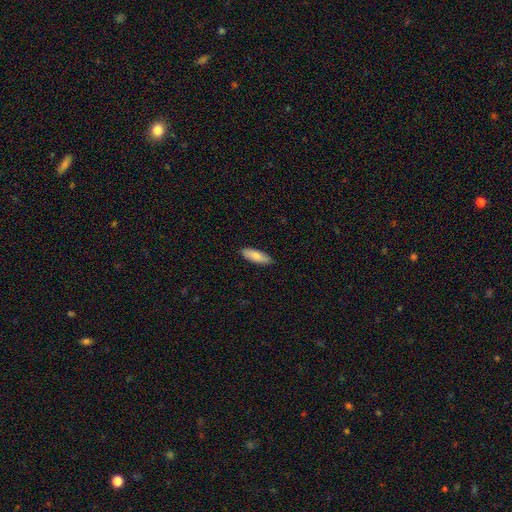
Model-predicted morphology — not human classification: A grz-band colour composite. It shows a smooth galaxy with no disk features (79%) that is in between round and cigar-shaped (59%). Merging: none (88%).